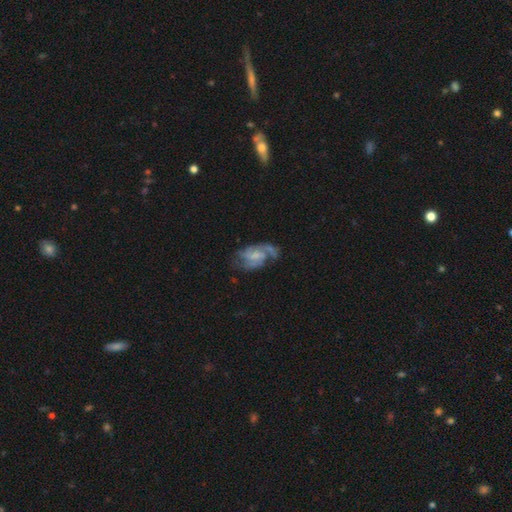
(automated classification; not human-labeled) Smooth or featured? featured or disk (78%)
Edge-on disk? no (97%)
Bar? no (47%)
Spiral arms? yes (91%)
Spiral winding? medium (48%)
Spiral arm count? 2 (60%)
Bulge size? small (49%)
Merging? none (49%)